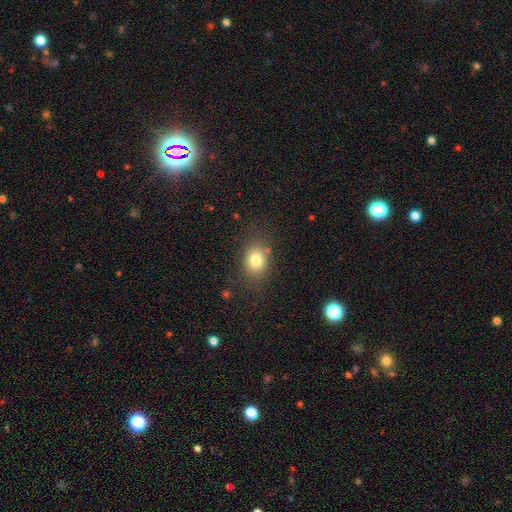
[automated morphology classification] Smooth or featured? smooth (64%)
How rounded? in between (50%)
Merging? none (88%)